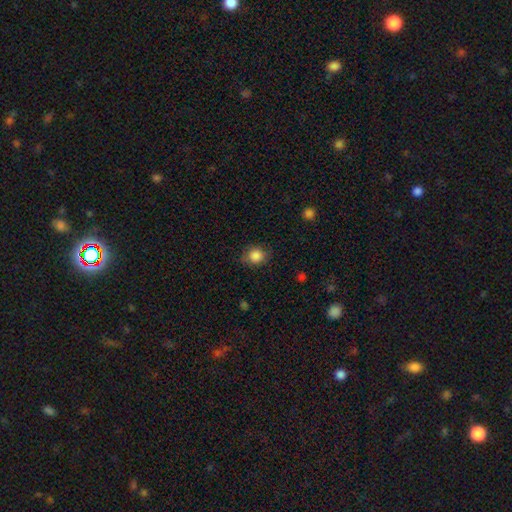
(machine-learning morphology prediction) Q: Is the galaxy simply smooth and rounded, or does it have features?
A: smooth — 86%.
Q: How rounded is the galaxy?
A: round — 73%.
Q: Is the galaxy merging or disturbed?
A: none — 77%.